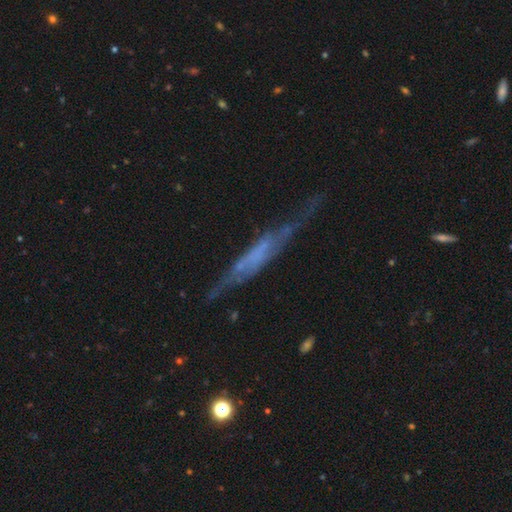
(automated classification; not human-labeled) Smooth or featured?
  - featured or disk: 67% *
  - smooth: 23%
  - star or artifact: 10%
Edge-on disk?
  - yes: 79% *
  - no: 21%
Edge-on bulge?
  - none: 54% *
  - boxy: 31%
  - rounded: 15%
Merging?
  - none: 53% *
  - minor disturbance: 26%
  - major disturbance: 17%
  - merger: 4%